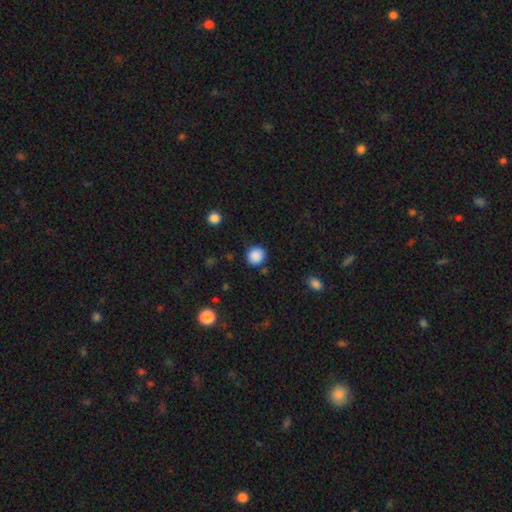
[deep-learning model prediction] Q: Smooth or featured?
A: smooth (88%); runner-up: star or artifact (9%)
Q: How rounded?
A: round (89%); runner-up: in between (10%)
Q: Merging?
A: none (84%); runner-up: minor disturbance (10%)